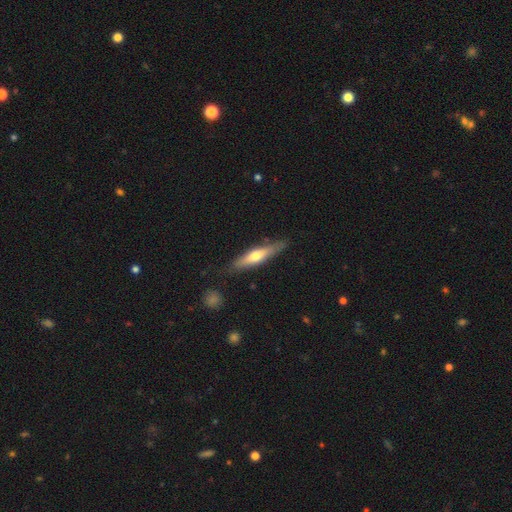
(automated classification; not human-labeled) Smooth or featured: featured or disk — 48% (smooth — 46%)
Merging: none — 81% (minor disturbance — 14%)